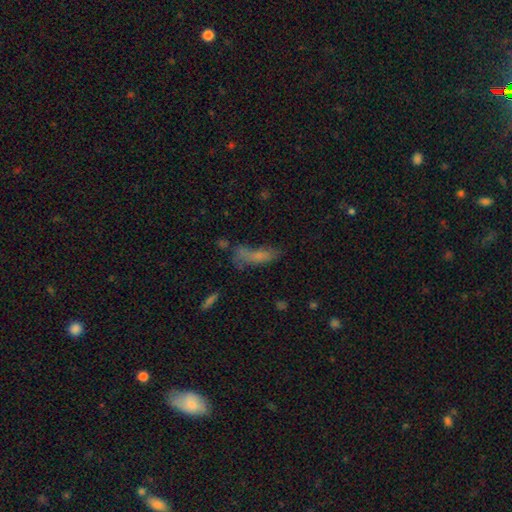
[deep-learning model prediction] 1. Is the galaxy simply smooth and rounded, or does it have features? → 62% smooth, 21% featured or disk, 16% star or artifact.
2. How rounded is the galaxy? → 51% cigar-shaped, 46% in between, 4% round.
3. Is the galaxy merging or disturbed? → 39% none, 24% minor disturbance, 22% major disturbance, 15% merger.